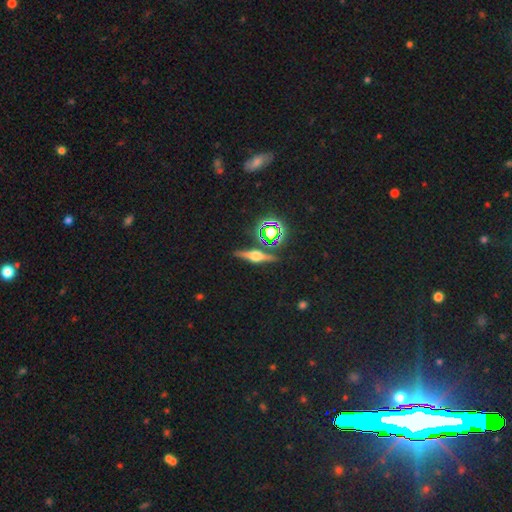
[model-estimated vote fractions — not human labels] Q: Smooth or featured?
A: featured or disk (66%); runner-up: smooth (18%)
Q: Edge-on disk?
A: yes (95%); runner-up: no (5%)
Q: Edge-on bulge?
A: rounded (94%); runner-up: boxy (4%)
Q: Merging?
A: none (86%); runner-up: minor disturbance (8%)